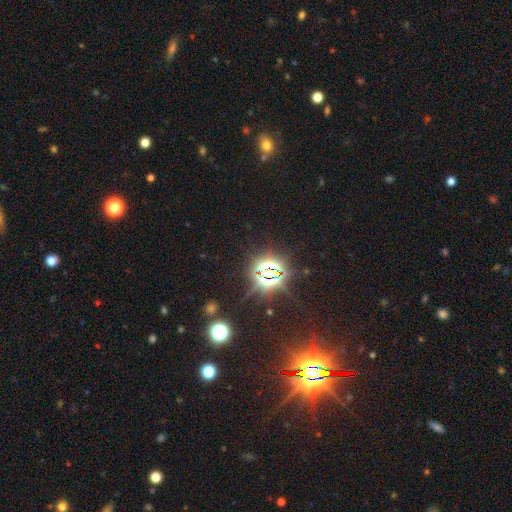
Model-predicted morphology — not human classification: A star or artifact, not a galaxy (82%).